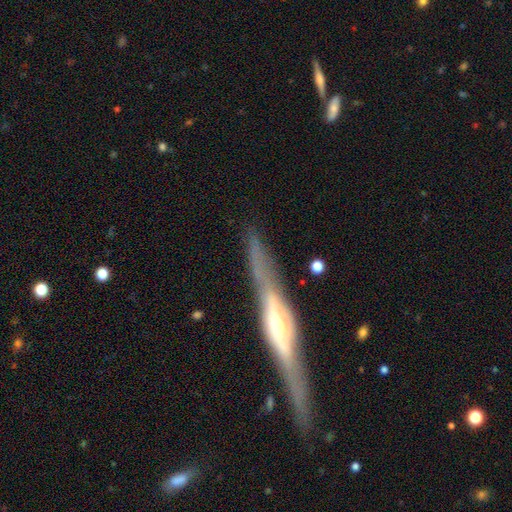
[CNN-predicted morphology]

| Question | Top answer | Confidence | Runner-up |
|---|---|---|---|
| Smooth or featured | featured or disk | 72% | smooth (21%) |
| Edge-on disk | yes | 85% | no (15%) |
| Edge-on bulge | rounded | 77% | boxy (13%) |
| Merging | none | 66% | minor disturbance (18%) |